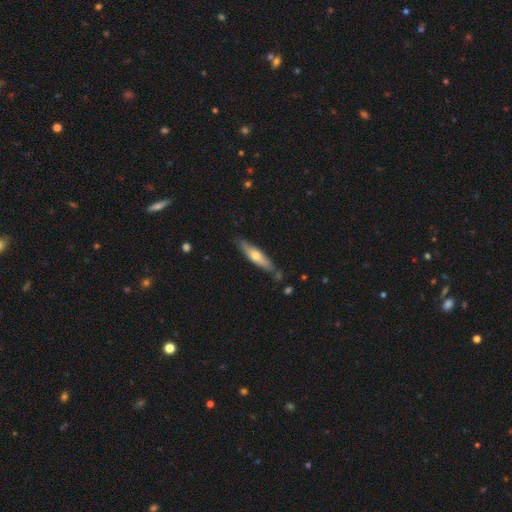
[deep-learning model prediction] smooth_or_featured: smooth (p=0.50) [alt: featured or disk p=0.45]
merging: none (p=0.78) [alt: minor disturbance p=0.15]